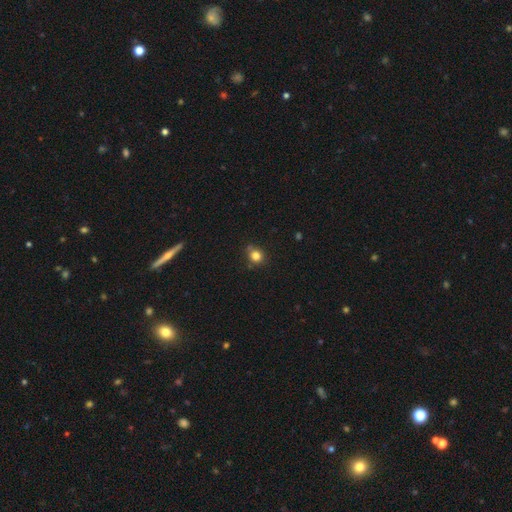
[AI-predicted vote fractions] This is clearly a smooth galaxy (82%). How rounded: likely round (79%). Merging: likely none (72%).